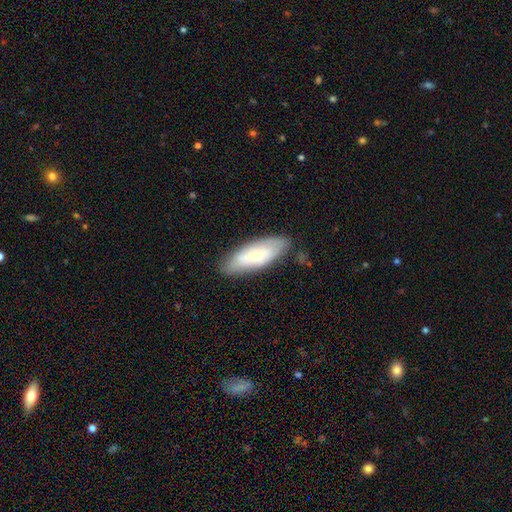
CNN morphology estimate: A smooth galaxy with no disk features (52%) that is in between round and cigar-shaped (71%). Merging: none (77%).